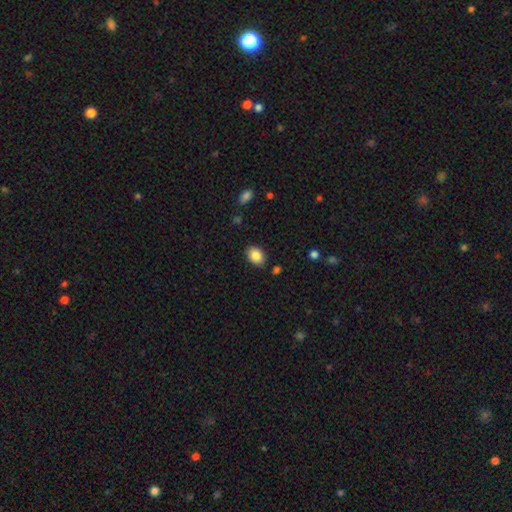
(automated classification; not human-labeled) This appears to be a smooth galaxy with no disk features (86%) that is in between round and cigar-shaped (77%). Merging: none (86%).